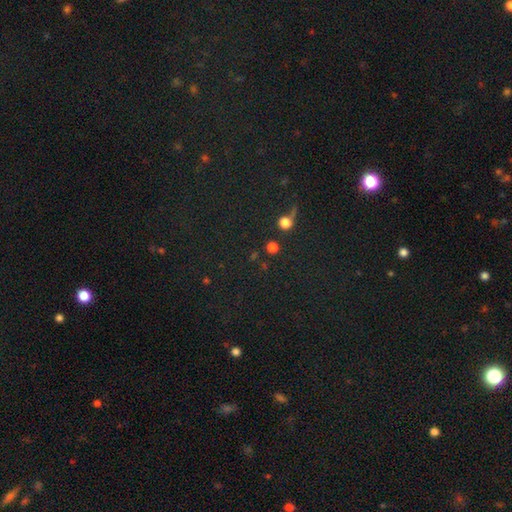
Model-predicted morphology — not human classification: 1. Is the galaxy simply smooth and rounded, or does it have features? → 71% star or artifact, 20% smooth, 10% featured or disk.